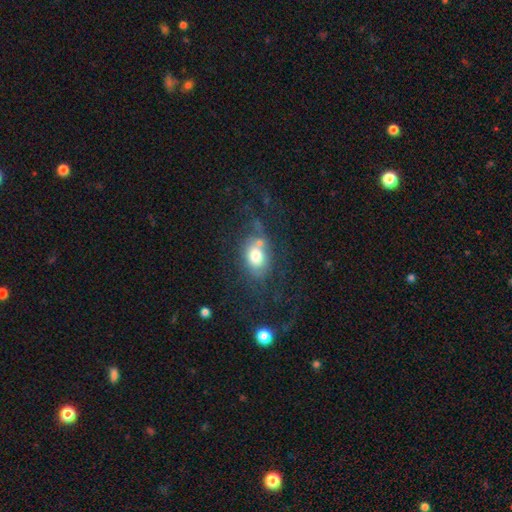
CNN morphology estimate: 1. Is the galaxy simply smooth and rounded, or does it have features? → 62% smooth, 26% featured or disk, 11% star or artifact.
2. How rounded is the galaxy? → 72% in between, 26% round, 2% cigar-shaped.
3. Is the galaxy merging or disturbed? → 48% none, 21% minor disturbance, 17% major disturbance, 15% merger.